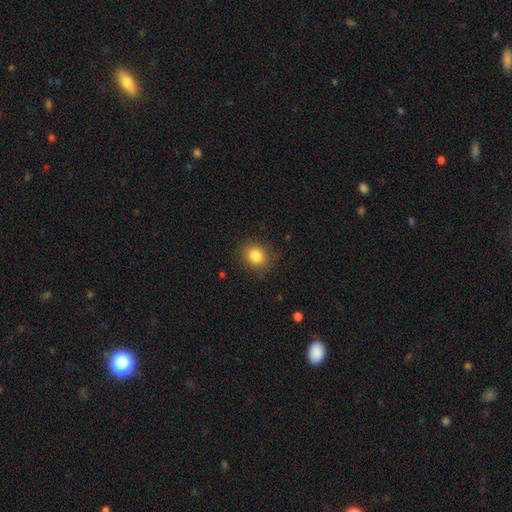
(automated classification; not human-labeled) Q: Smooth or featured?
A: smooth (84%); runner-up: star or artifact (10%)
Q: How rounded?
A: round (69%); runner-up: in between (30%)
Q: Merging?
A: none (84%); runner-up: minor disturbance (12%)